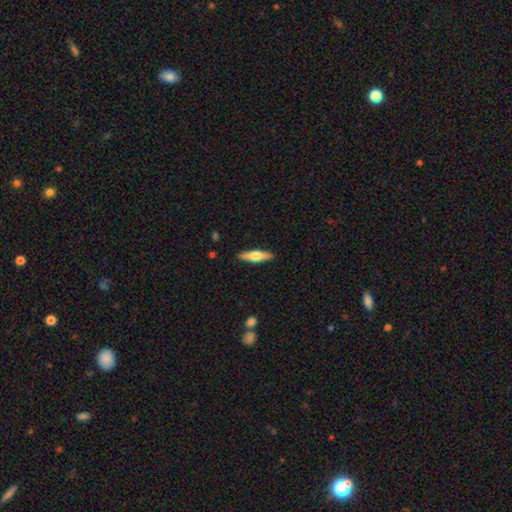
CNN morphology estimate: featured or disk 50%, smooth 44%, star or artifact 6%. Down the decision tree: edge-on disk — yes (94%); merging — none (90%).